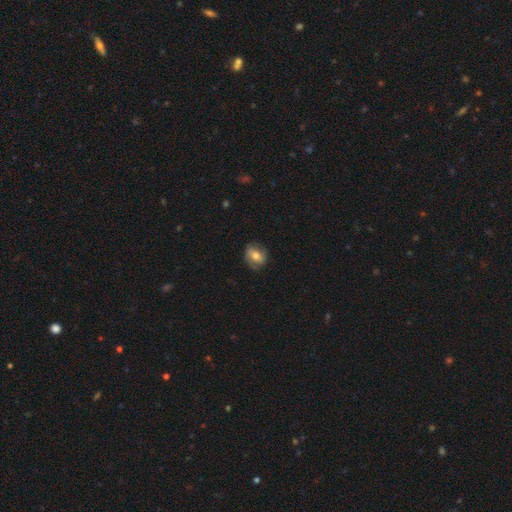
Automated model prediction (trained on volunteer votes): Q: Smooth or featured?
A: smooth (56%); runner-up: featured or disk (35%)
Q: How rounded?
A: round (51%); runner-up: in between (48%)
Q: Merging?
A: none (75%); runner-up: minor disturbance (19%)